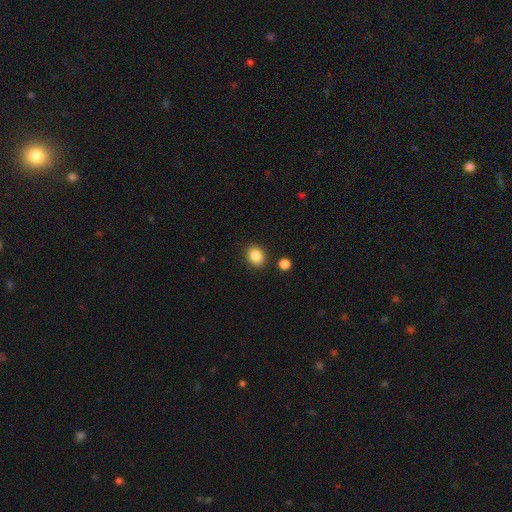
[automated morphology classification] smooth 85%, star or artifact 10%, featured or disk 5%. Down the decision tree: how rounded — round (57%); merging — none (87%).